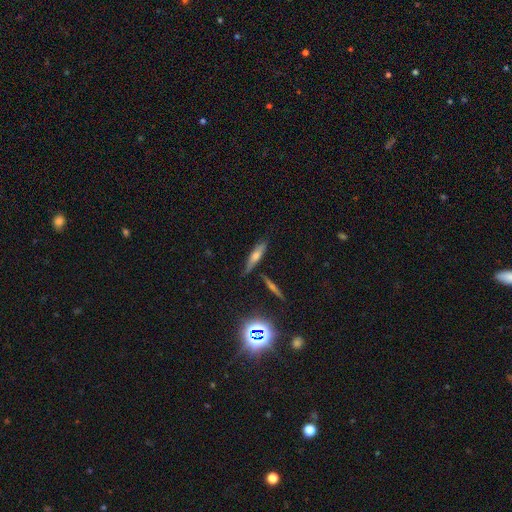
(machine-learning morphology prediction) This appears to be a smooth galaxy with no disk features (51%) that is cigar-shaped (70%). Merging: none (75%).